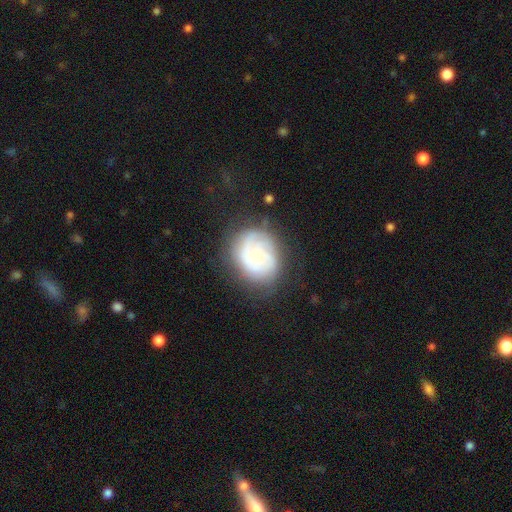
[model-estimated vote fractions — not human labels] Q: Smooth or featured?
A: featured or disk (70%); runner-up: smooth (23%)
Q: Edge-on disk?
A: no (97%); runner-up: yes (3%)
Q: Bar?
A: no (76%); runner-up: weak (21%)
Q: Spiral arms?
A: yes (87%); runner-up: no (13%)
Q: Spiral winding?
A: tight (61%); runner-up: medium (30%)
Q: Spiral arm count?
A: can't tell (37%); runner-up: 2 (26%)
Q: Bulge size?
A: small (62%); runner-up: moderate (33%)
Q: Merging?
A: none (69%); runner-up: minor disturbance (20%)